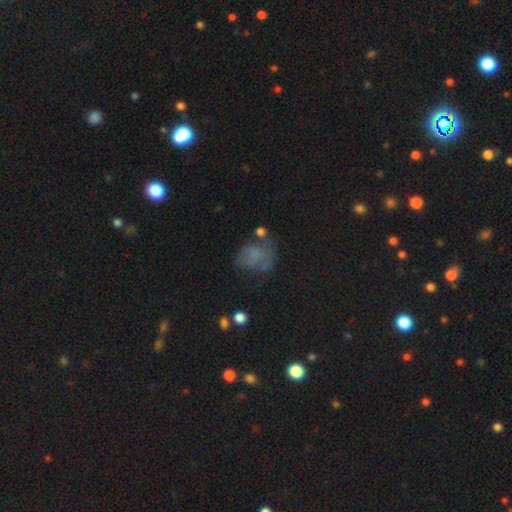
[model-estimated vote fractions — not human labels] smooth-or-featured: smooth: 53% | featured or disk: 29% | star or artifact: 17%
  how-rounded: in between: 54% | round: 44% | cigar-shaped: 1%
  merging: none: 40% | major disturbance: 26% | minor disturbance: 26% | merger: 8%